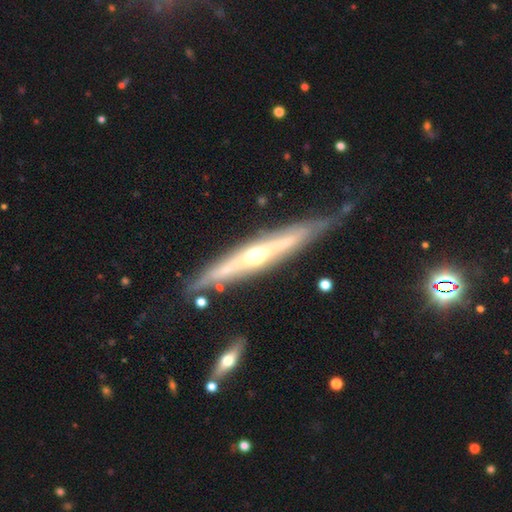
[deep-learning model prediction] Smooth or featured? Predicted: featured or disk (p=0.73). Edge-on disk? Predicted: yes (p=0.91). Edge-on bulge? Predicted: rounded (p=0.85). Merging? Predicted: none (p=0.77).